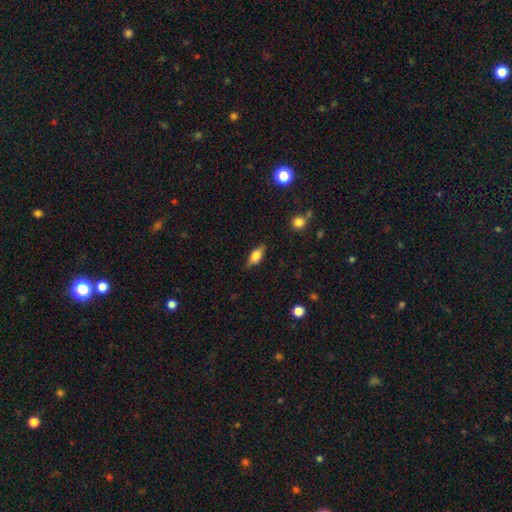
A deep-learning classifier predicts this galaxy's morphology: smooth-or-featured: smooth: 63% | featured or disk: 29% | star or artifact: 8%
  how-rounded: in between: 77% | cigar-shaped: 19% | round: 4%
  merging: none: 83% | minor disturbance: 13% | major disturbance: 3% | merger: 1%